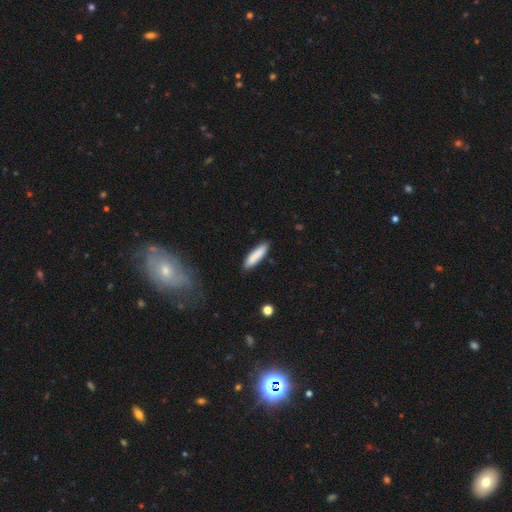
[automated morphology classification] smooth 86%, featured or disk 8%, star or artifact 6%. Down the decision tree: how rounded — cigar-shaped (73%); merging — none (86%).